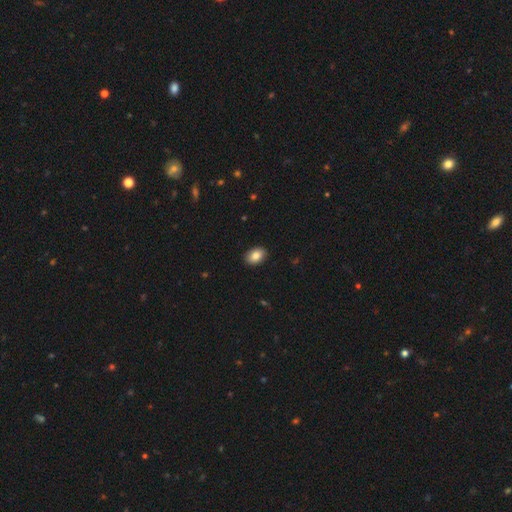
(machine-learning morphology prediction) A smooth galaxy with no disk features (85%) that is in between round and cigar-shaped (84%). Merging: none (91%).